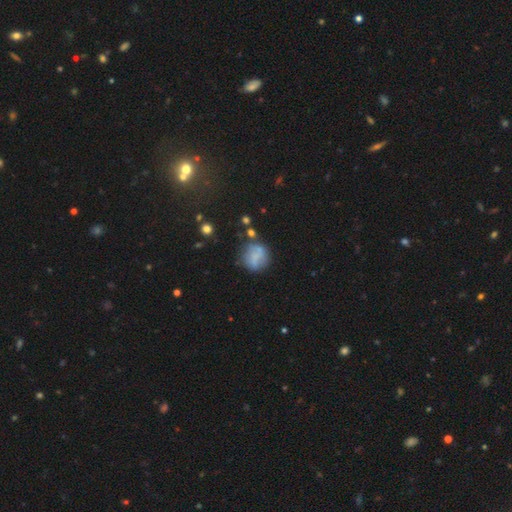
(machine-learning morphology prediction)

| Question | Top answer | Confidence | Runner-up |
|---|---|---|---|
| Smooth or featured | smooth | 65% | featured or disk (24%) |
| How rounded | round | 81% | in between (17%) |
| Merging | none | 58% | minor disturbance (22%) |